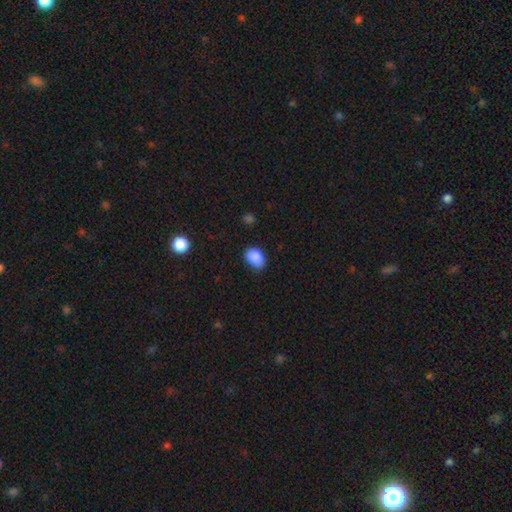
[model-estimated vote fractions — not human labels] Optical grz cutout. It shows a smooth galaxy with no disk features (88%) that is in between round and cigar-shaped (83%). Merging: none (75%).